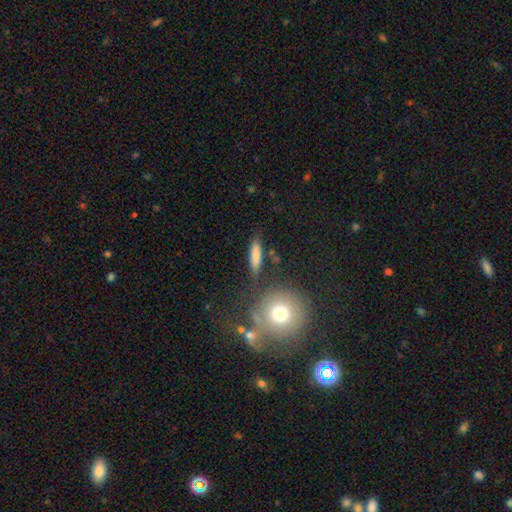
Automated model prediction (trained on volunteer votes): Smooth or featured? Predicted: smooth (p=0.80). How rounded? Predicted: cigar-shaped (p=0.74). Merging? Predicted: none (p=0.80).